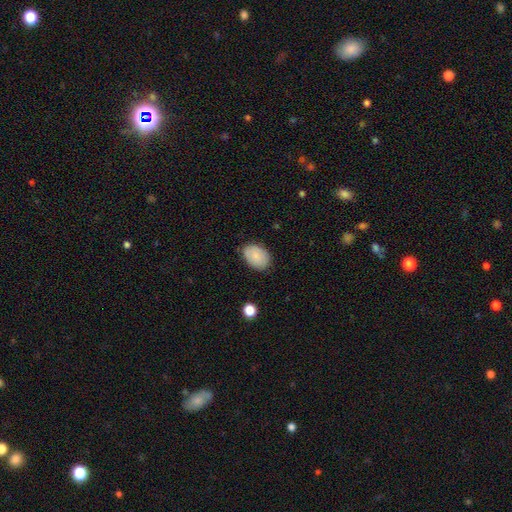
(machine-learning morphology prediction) The model was most divided on "merging": none: 78%, minor disturbance: 17%, major disturbance: 3%, merger: 1%. More confident: how rounded — in between (84%); smooth or featured — smooth (82%).